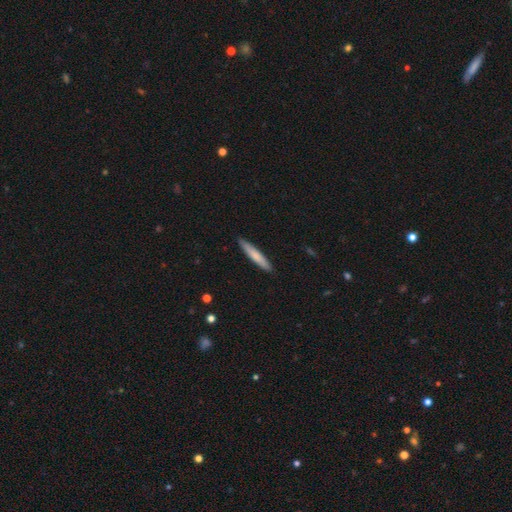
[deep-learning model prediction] Smooth or featured?
  - smooth: 75% *
  - featured or disk: 20%
  - star or artifact: 5%
How rounded?
  - cigar-shaped: 92% *
  - in between: 6%
  - round: 1%
Merging?
  - none: 90% *
  - minor disturbance: 8%
  - major disturbance: 1%
  - merger: 1%